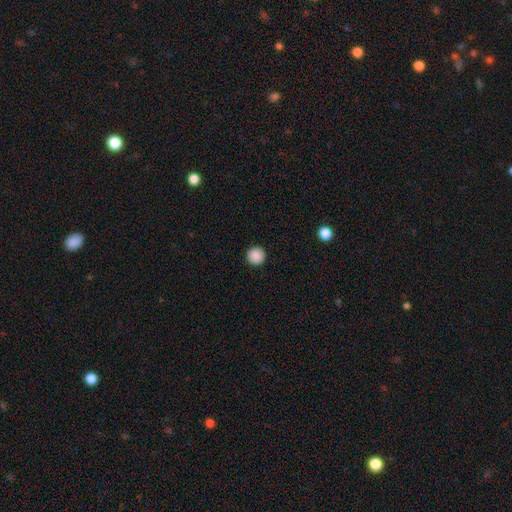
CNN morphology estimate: Smooth or featured? Predicted: smooth (p=0.88). How rounded? Predicted: round (p=0.96). Merging? Predicted: none (p=0.93).